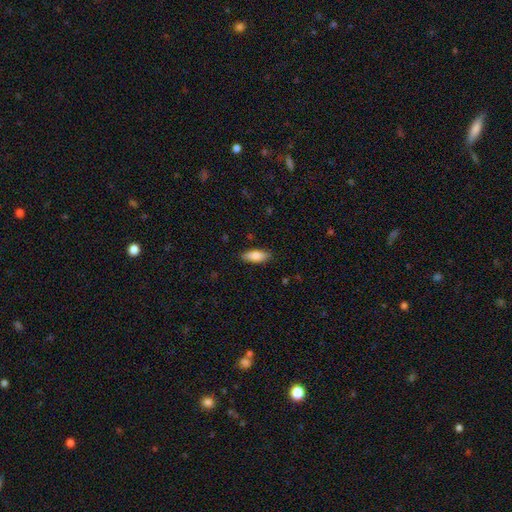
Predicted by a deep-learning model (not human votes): smooth 82%, featured or disk 11%, star or artifact 6%. Down the decision tree: how rounded — in between (72%); merging — none (86%).